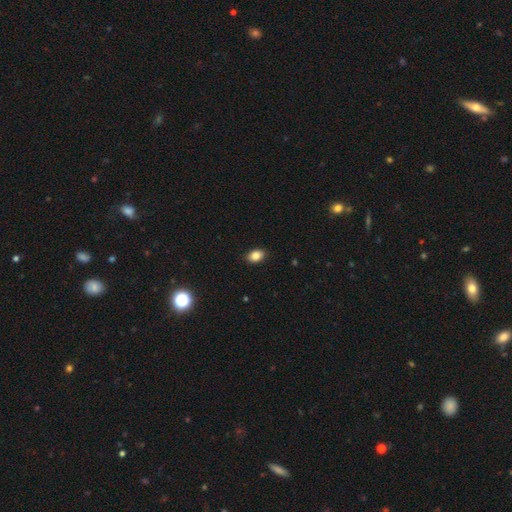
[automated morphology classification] Smooth or featured: smooth — 85% (star or artifact — 9%)
How rounded: in between — 81% (round — 17%)
Merging: none — 89% (minor disturbance — 8%)